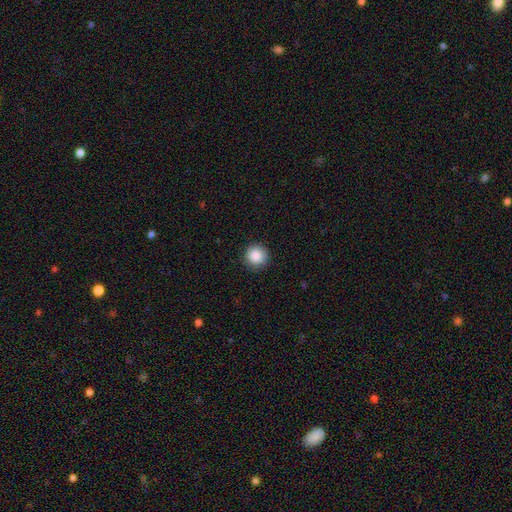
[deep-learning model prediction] The model was most divided on "smooth or featured": smooth: 88%, star or artifact: 9%, featured or disk: 3%. More confident: how rounded — round (95%); merging — none (91%).